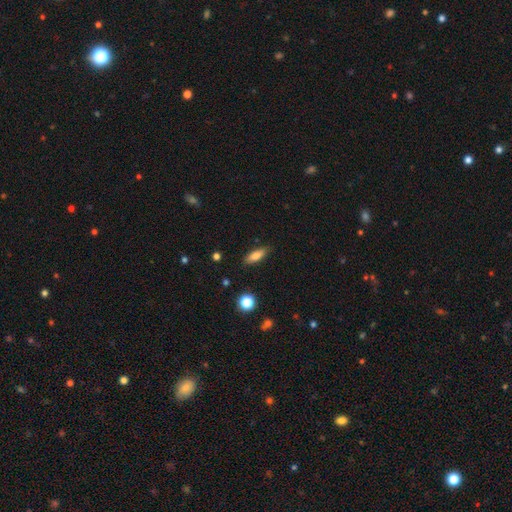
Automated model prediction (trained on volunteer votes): smooth_or_featured: smooth (p=0.79) [alt: featured or disk p=0.13]
how_rounded: in between (p=0.57) [alt: cigar-shaped p=0.40]
merging: none (p=0.85) [alt: minor disturbance p=0.11]